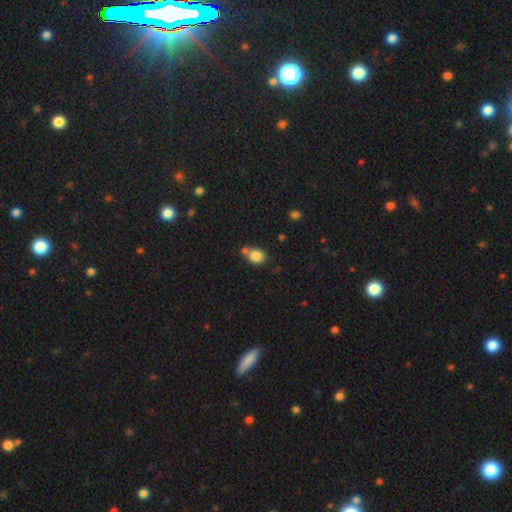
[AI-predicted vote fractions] A smooth galaxy with no disk features (85%) that is round (62%).

Vote fractions:
- Smooth or featured? smooth: 85% / star or artifact: 10% / featured or disk: 6%
- How rounded? round: 62% / in between: 37% / cigar-shaped: 1%
- Merging? none: 59% / merger: 25% / minor disturbance: 13% / major disturbance: 4%